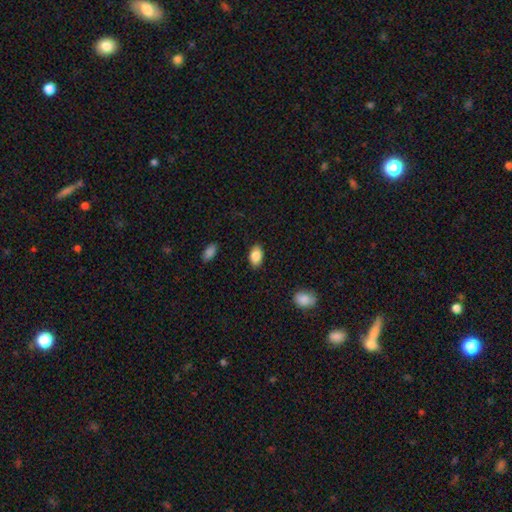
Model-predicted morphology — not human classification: Overall: smooth (86%). How rounded: in between (91%). Merging: none (87%).